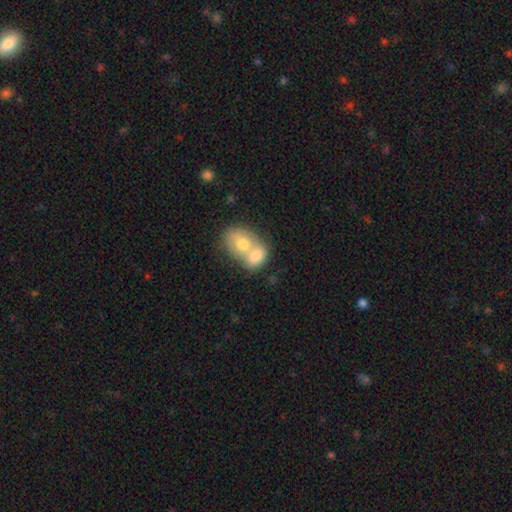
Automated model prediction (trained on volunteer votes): Overall: smooth (70%). How rounded: in between (69%; round 30%). Merging: merger (77%).